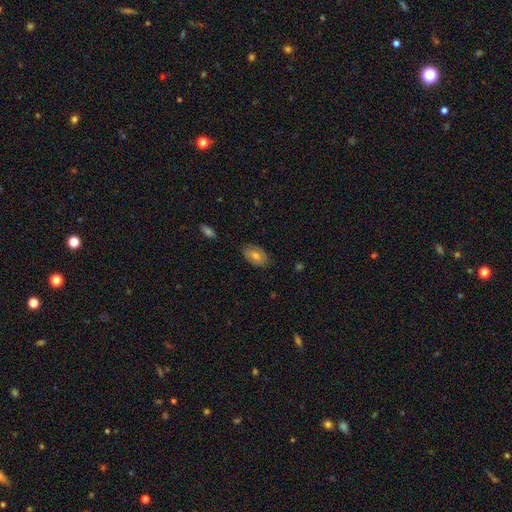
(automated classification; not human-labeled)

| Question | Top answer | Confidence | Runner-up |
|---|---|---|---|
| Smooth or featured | smooth | 65% | featured or disk (26%) |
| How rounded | in between | 89% | round (9%) |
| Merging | none | 83% | minor disturbance (13%) |